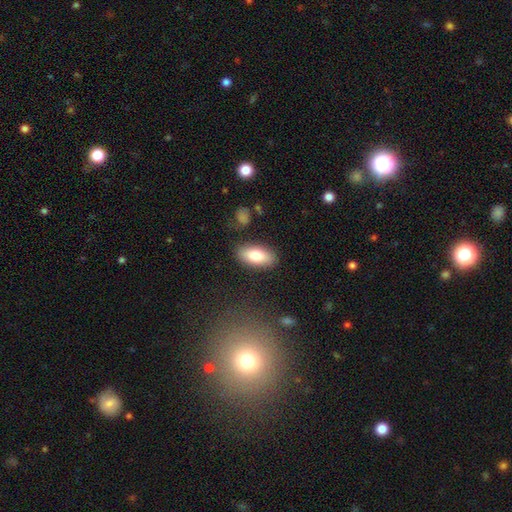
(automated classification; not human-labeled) Q: Smooth or featured?
A: smooth (78%); runner-up: featured or disk (15%)
Q: How rounded?
A: in between (89%); runner-up: cigar-shaped (8%)
Q: Merging?
A: none (85%); runner-up: minor disturbance (10%)